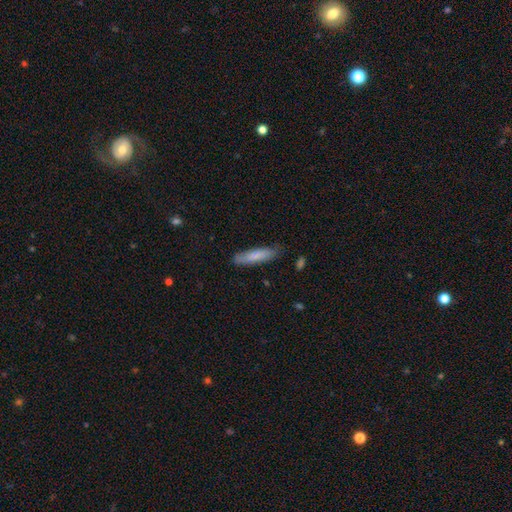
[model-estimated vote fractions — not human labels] smooth-or-featured: smooth: 73% | featured or disk: 22% | star or artifact: 6%
  how-rounded: cigar-shaped: 75% | in between: 24% | round: 2%
  merging: none: 78% | minor disturbance: 17% | major disturbance: 3% | merger: 2%